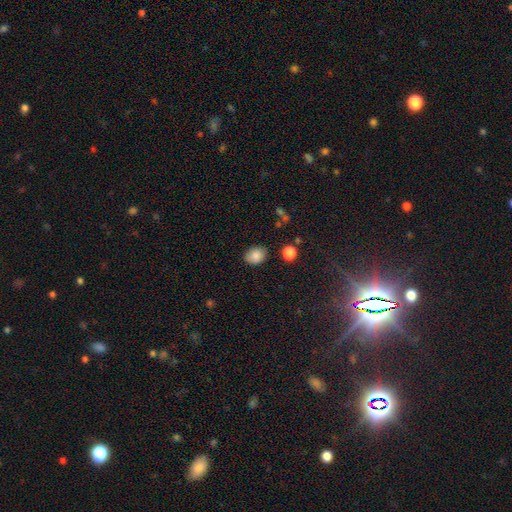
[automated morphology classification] Q: Smooth or featured?
A: smooth (85%); runner-up: star or artifact (9%)
Q: How rounded?
A: in between (61%); runner-up: round (38%)
Q: Merging?
A: none (83%); runner-up: minor disturbance (12%)